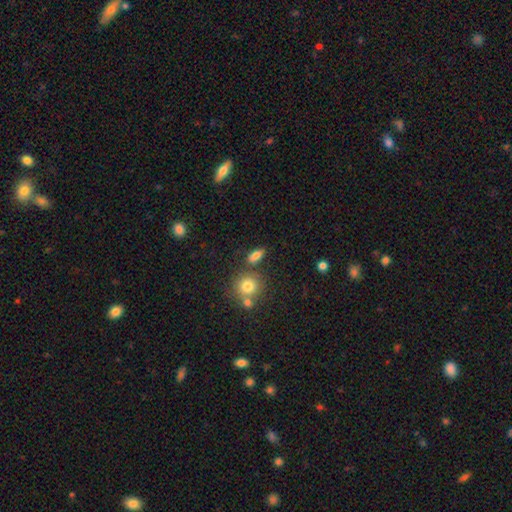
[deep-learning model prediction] A smooth galaxy with no disk features (78%) that is in between round and cigar-shaped (72%). Merging: none (73%).